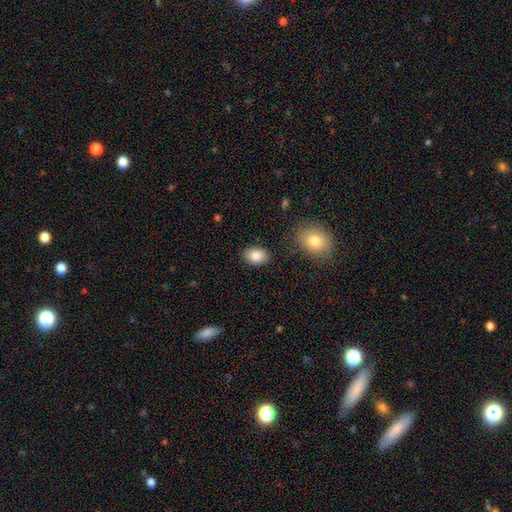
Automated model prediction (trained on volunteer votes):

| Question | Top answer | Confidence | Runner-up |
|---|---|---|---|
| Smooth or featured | smooth | 84% | featured or disk (8%) |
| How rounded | in between | 81% | round (17%) |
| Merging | none | 85% | minor disturbance (10%) |